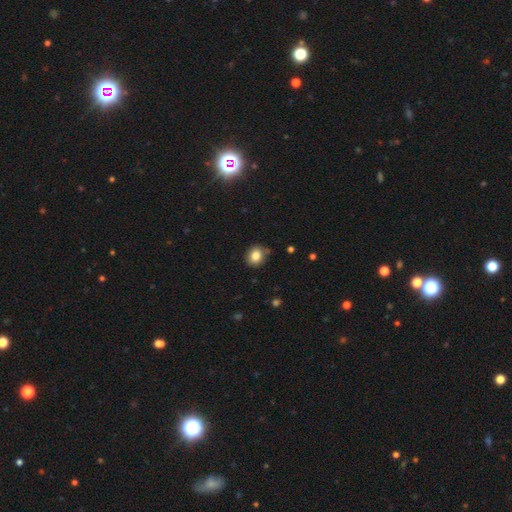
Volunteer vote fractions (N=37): smooth-or-featured: smooth: 92% | featured or disk: 5% | star or artifact: 3%
  how-rounded: round: 85% | in between: 15% | cigar-shaped: 0%
  merging: none: 78% | minor disturbance: 17% | merger: 6% | major disturbance: 0%